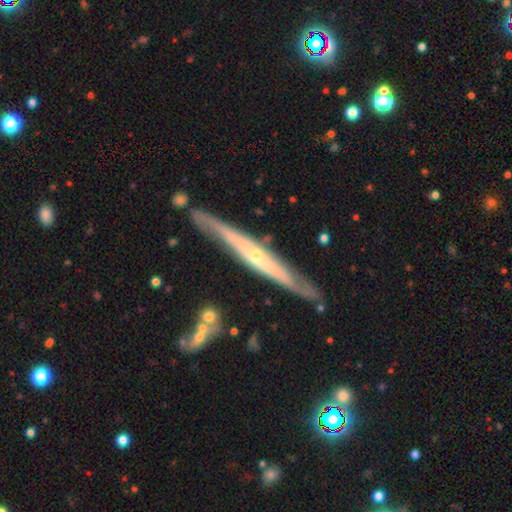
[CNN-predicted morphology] smooth_or_featured: featured or disk (p=0.76) [alt: smooth p=0.18]
disk_edge_on: yes (p=0.87) [alt: no p=0.13]
edge_on_bulge: rounded (p=0.59) [alt: none p=0.37]
merging: none (p=0.81) [alt: minor disturbance p=0.14]